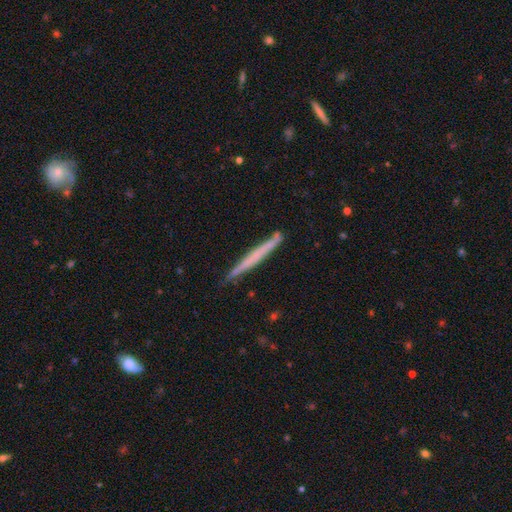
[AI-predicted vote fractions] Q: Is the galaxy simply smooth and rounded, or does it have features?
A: smooth — 49%.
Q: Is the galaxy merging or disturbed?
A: none — 88%.